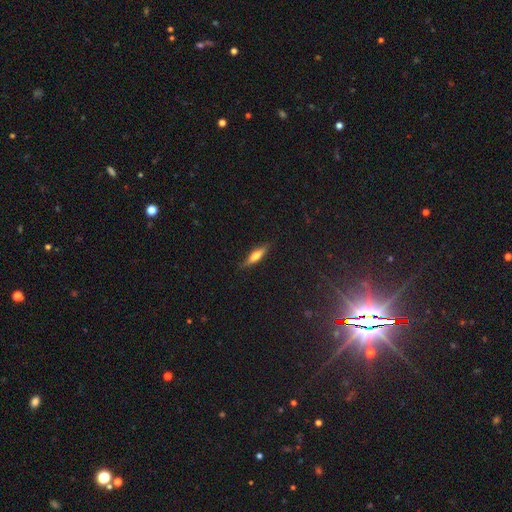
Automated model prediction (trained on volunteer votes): Morphology: type=smooth (52%); roundness=cigar-shaped (74%); merging=none (83%).